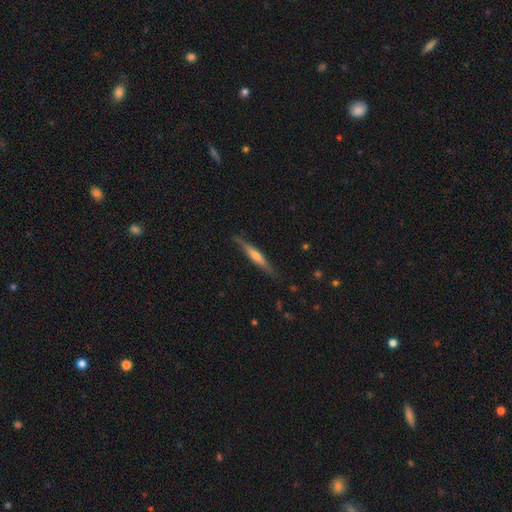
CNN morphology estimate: featured or disk 65%, smooth 29%, star or artifact 6%. Down the decision tree: edge-on disk — yes (97%); edge-on bulge — rounded (69%); merging — none (85%).